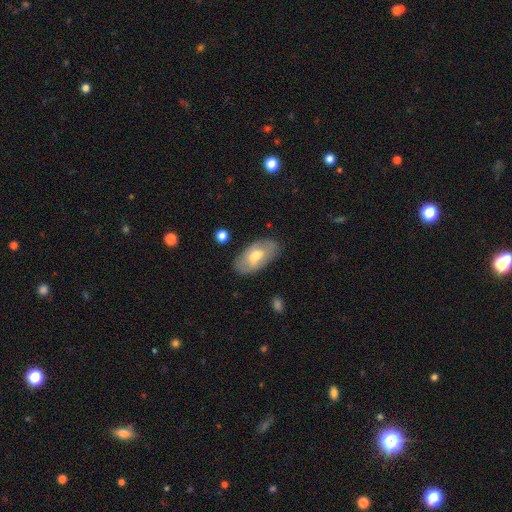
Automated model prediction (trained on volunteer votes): Morphology: type=smooth (56%); roundness=in between (94%); merging=none (80%).